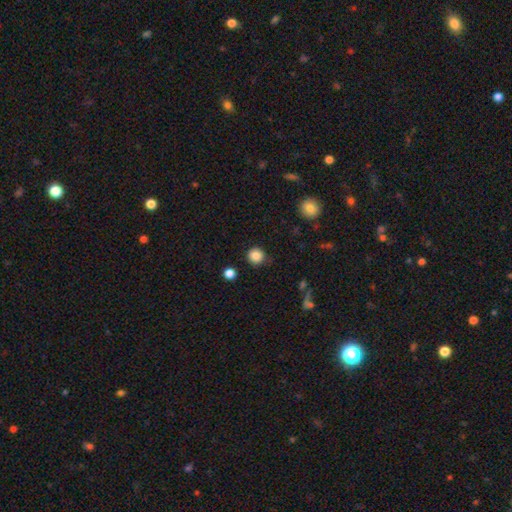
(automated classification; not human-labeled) Smooth or featured: smooth — 86% (star or artifact — 10%)
How rounded: round — 92% (in between — 7%)
Merging: none — 85% (minor disturbance — 10%)